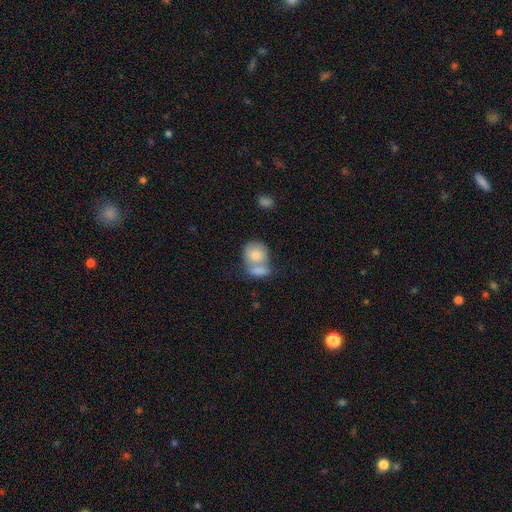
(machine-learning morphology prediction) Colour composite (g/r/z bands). It shows a smooth galaxy with no disk features (79%) that is round (61%). Merging: merger (60%).